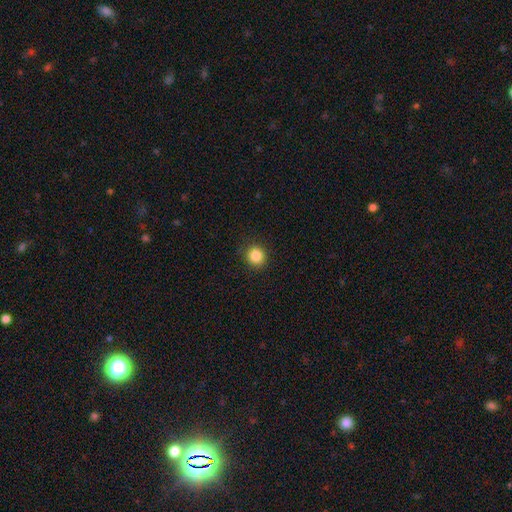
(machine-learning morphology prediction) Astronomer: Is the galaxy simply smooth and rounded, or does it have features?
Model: smooth — 85%.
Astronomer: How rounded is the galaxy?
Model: round — 89%.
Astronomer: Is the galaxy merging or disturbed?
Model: none — 90%.